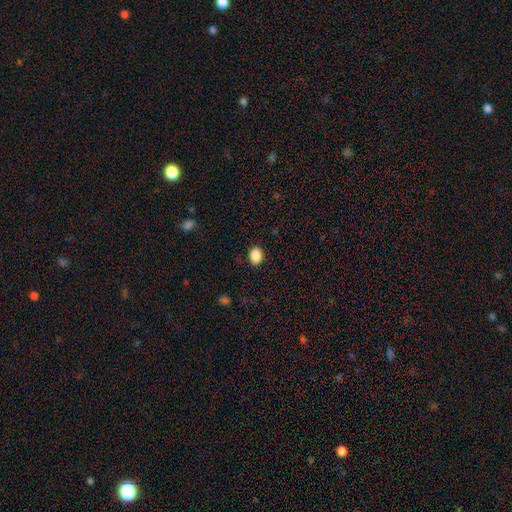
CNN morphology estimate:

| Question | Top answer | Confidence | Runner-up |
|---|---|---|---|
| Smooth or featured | smooth | 88% | star or artifact (9%) |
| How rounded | in between | 63% | round (36%) |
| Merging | none | 89% | minor disturbance (8%) |